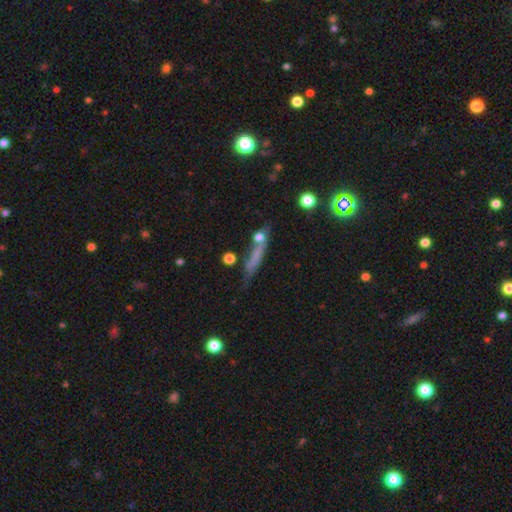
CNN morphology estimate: This is possibly a smooth galaxy (51%). How rounded: clearly cigar-shaped (84%). Merging: possibly none (60%).